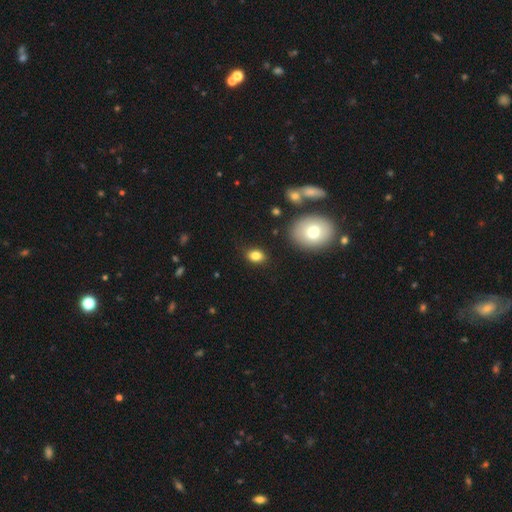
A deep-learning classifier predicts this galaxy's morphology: Smooth or featured? Predicted: smooth (p=0.83). How rounded? Predicted: in between (p=0.73). Merging? Predicted: none (p=0.84).